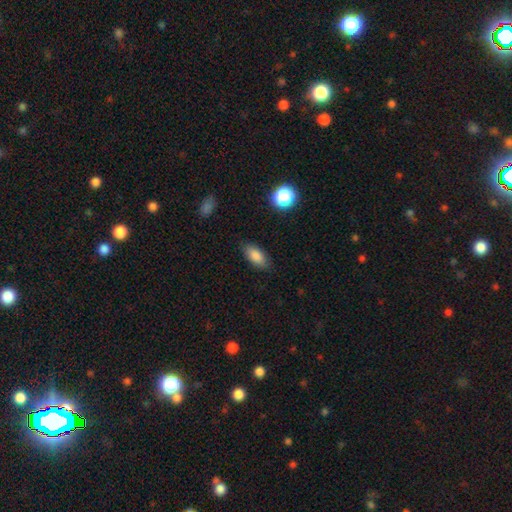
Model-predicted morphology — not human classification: Smooth or featured: smooth — 85% (star or artifact — 8%)
How rounded: in between — 88% (cigar-shaped — 8%)
Merging: none — 84% (minor disturbance — 12%)